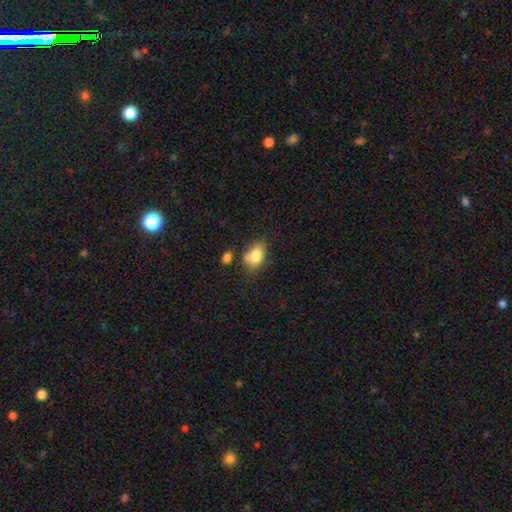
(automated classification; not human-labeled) The model was most divided on "merging": none: 52%, minor disturbance: 26%, merger: 15%, major disturbance: 8%. More confident: how rounded — in between (80%); smooth or featured — smooth (79%).